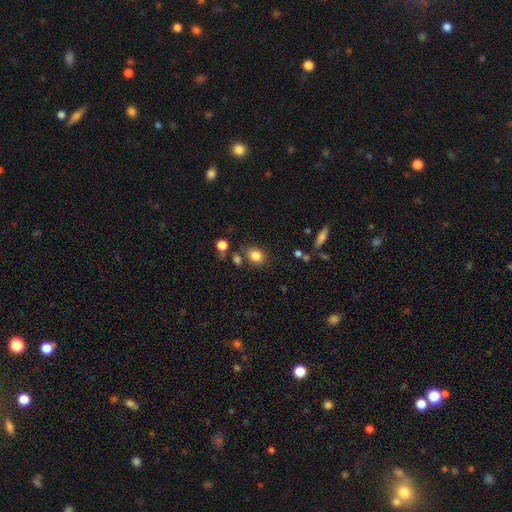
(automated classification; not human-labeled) Smooth or featured: smooth — 83% (star or artifact — 11%)
How rounded: round — 56% (in between — 43%)
Merging: none — 74% (minor disturbance — 13%)